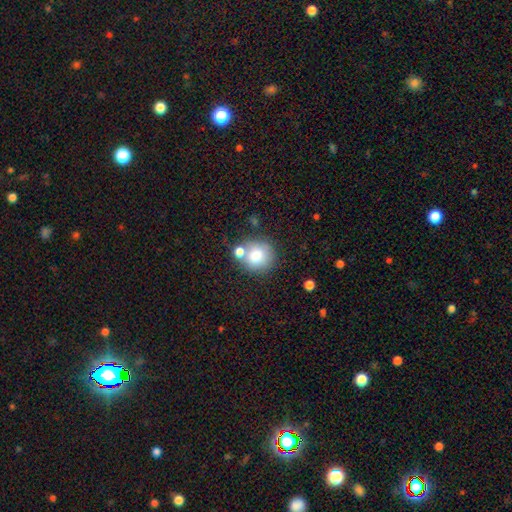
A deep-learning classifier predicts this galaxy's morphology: Q: Smooth or featured?
A: smooth (77%); runner-up: featured or disk (13%)
Q: How rounded?
A: round (88%); runner-up: in between (11%)
Q: Merging?
A: none (61%); runner-up: merger (23%)